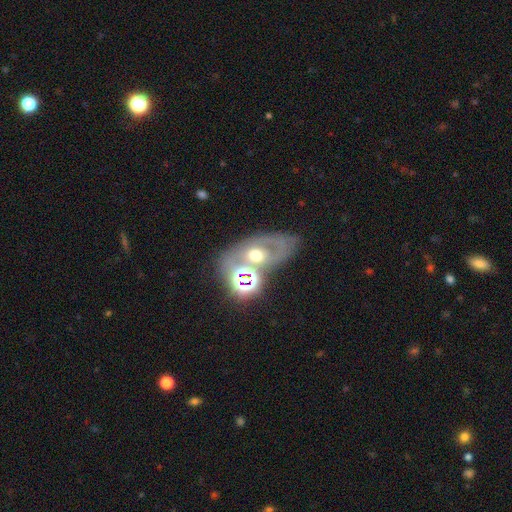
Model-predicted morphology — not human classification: This appears to be a featured or disk galaxy (47%). Merging: none (45%).